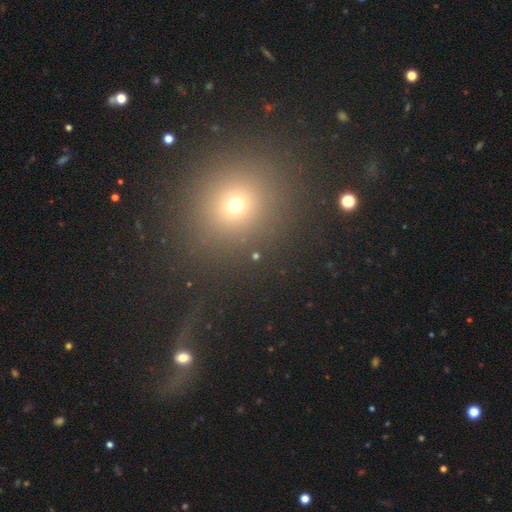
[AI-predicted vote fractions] Smooth or featured: smooth — 58% (star or artifact — 31%)
How rounded: round — 85% (in between — 14%)
Merging: none — 81% (minor disturbance — 8%)